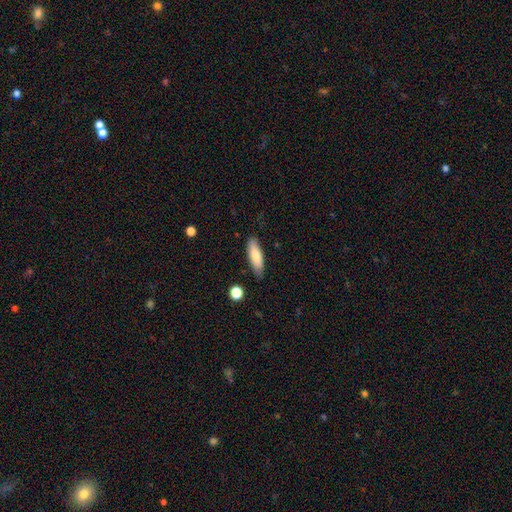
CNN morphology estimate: type=smooth (81%); roundness=in between (50%); merging=none (82%).